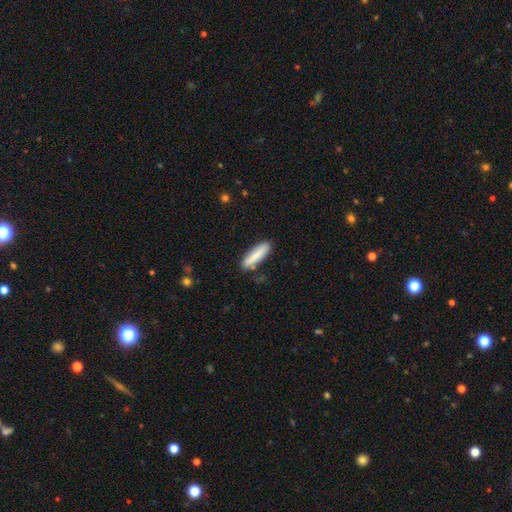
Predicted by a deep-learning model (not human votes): A smooth galaxy with no disk features (81%) that is cigar-shaped (73%).

Vote fractions:
- Smooth or featured? smooth: 81% / featured or disk: 13% / star or artifact: 6%
- How rounded? cigar-shaped: 73% / in between: 26% / round: 2%
- Merging? none: 80% / minor disturbance: 14% / merger: 3% / major disturbance: 3%